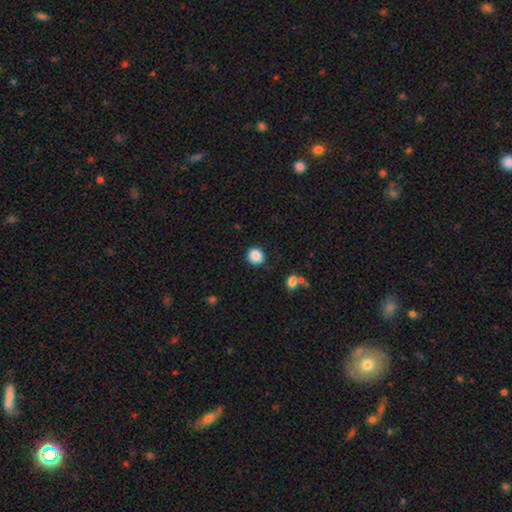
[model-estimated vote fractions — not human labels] Smooth or featured: smooth — 87% (star or artifact — 9%)
How rounded: round — 85% (in between — 14%)
Merging: none — 86% (minor disturbance — 9%)